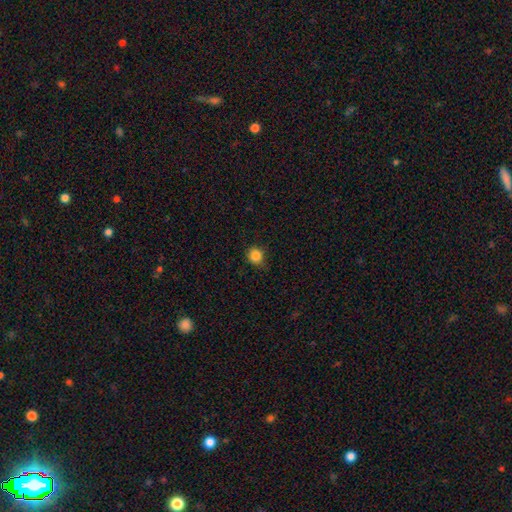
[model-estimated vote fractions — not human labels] This is clearly a smooth galaxy (85%). How rounded: clearly round (88%). Merging: clearly none (83%).